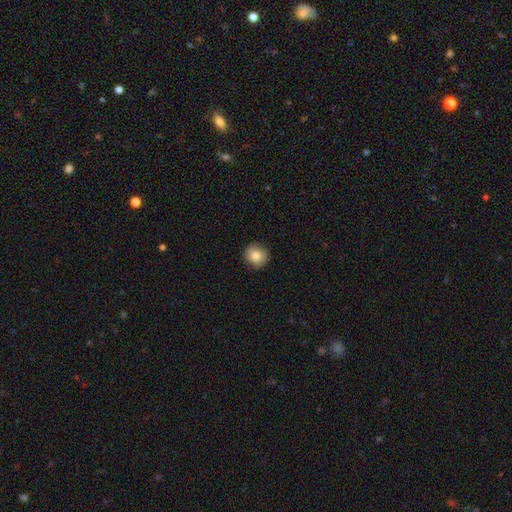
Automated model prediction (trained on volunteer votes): Smooth or featured? smooth (83%)
How rounded? round (89%)
Merging? none (88%)